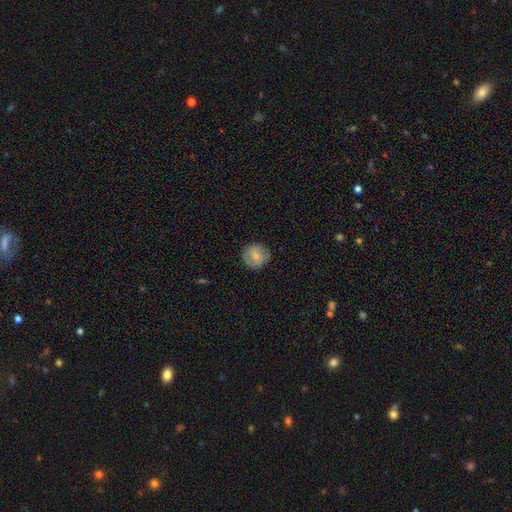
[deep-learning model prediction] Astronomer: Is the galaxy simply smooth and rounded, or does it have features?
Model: smooth — 71%.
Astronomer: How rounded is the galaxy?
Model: round — 92%.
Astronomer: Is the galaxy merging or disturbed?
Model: none — 86%.